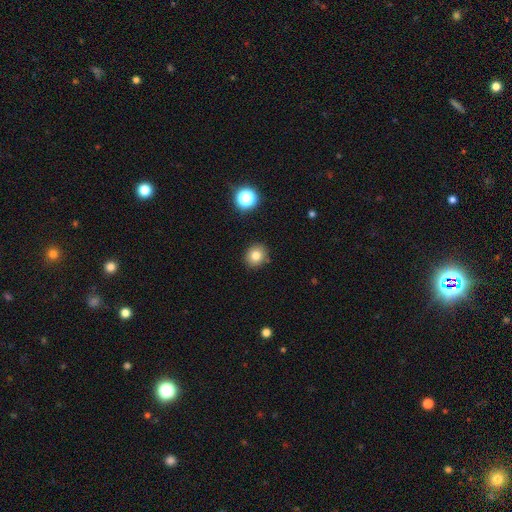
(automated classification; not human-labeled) Morphology: type=smooth (79%); roundness=round (78%); merging=none (89%).